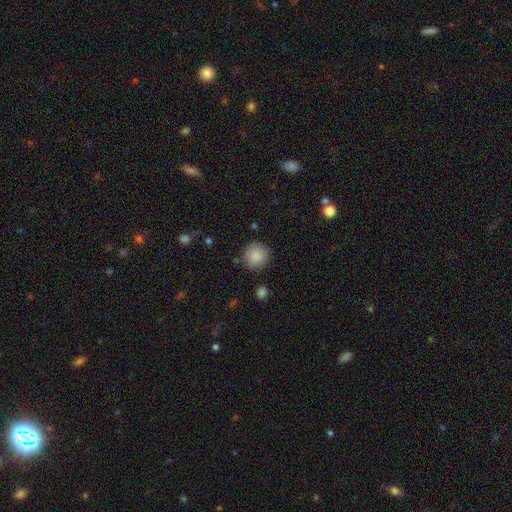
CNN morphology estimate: The model was most divided on "smooth or featured": smooth: 88%, star or artifact: 8%, featured or disk: 4%. More confident: how rounded — round (94%); merging — none (88%).